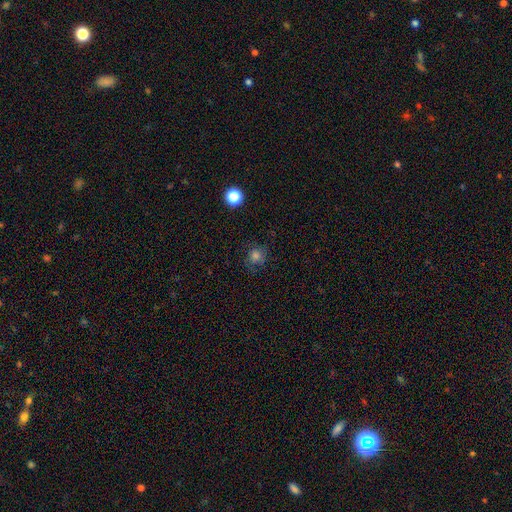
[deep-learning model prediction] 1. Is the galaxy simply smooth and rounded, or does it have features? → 73% smooth, 17% star or artifact, 9% featured or disk.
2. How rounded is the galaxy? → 86% round, 13% in between, 1% cigar-shaped.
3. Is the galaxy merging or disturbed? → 73% none, 17% minor disturbance, 8% major disturbance, 2% merger.